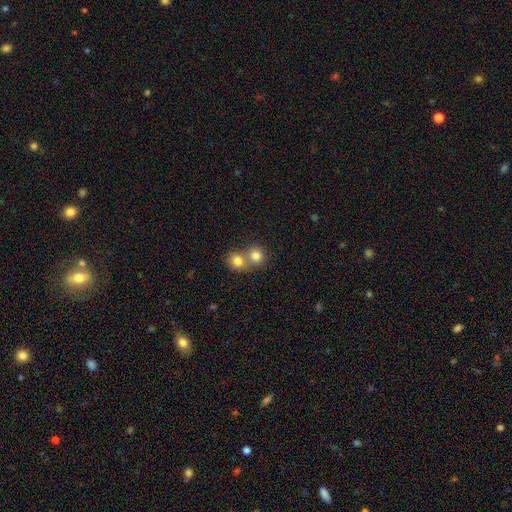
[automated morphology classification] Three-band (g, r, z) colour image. It shows a smooth galaxy with no disk features (80%) that is round (84%). Merging: merger (55%).